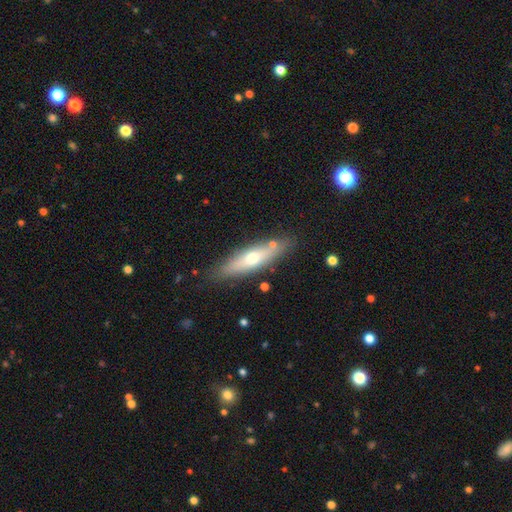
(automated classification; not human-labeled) This appears to be a smooth galaxy with no disk features (54%) that is cigar-shaped (69%). Merging: none (80%).